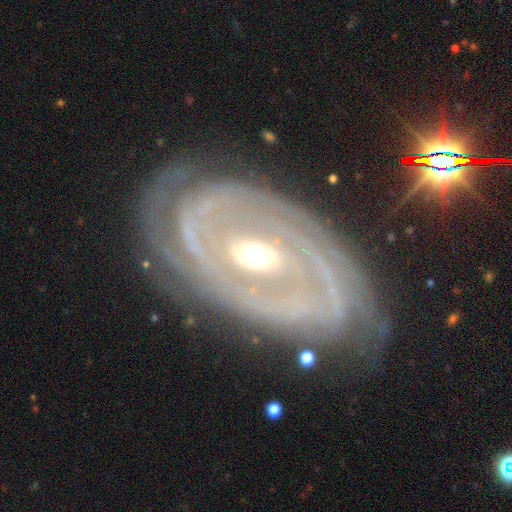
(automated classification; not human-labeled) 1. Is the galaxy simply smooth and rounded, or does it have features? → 90% featured or disk, 5% smooth, 5% star or artifact.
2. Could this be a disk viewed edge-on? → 94% no, 6% yes.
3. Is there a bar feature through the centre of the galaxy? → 38% no, 34% weak, 27% strong.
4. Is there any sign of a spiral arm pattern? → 94% yes, 6% no.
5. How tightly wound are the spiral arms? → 78% tight, 18% medium, 4% loose.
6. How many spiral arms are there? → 32% 2, 29% can't tell, 17% 3, 9% 4, 7% more than 4, 6% 1.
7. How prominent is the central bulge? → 63% moderate, 31% small, 3% large, 1% dominant, 1% none.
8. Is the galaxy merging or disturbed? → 76% none, 16% minor disturbance, 6% major disturbance, 2% merger.